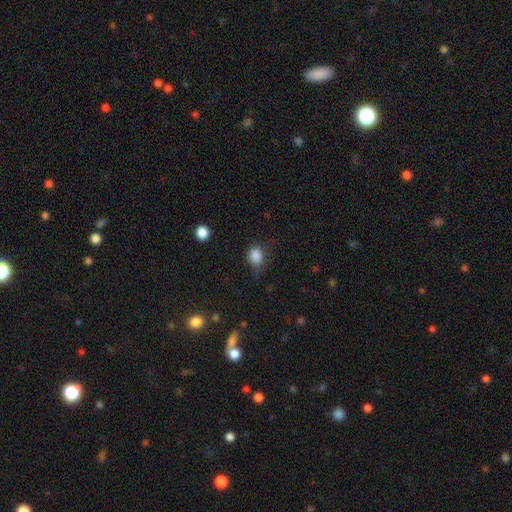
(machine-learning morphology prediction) smooth-or-featured: smooth: 85% | star or artifact: 11% | featured or disk: 5%
  how-rounded: round: 63% | in between: 36% | cigar-shaped: 1%
  merging: none: 59% | minor disturbance: 29% | major disturbance: 9% | merger: 2%